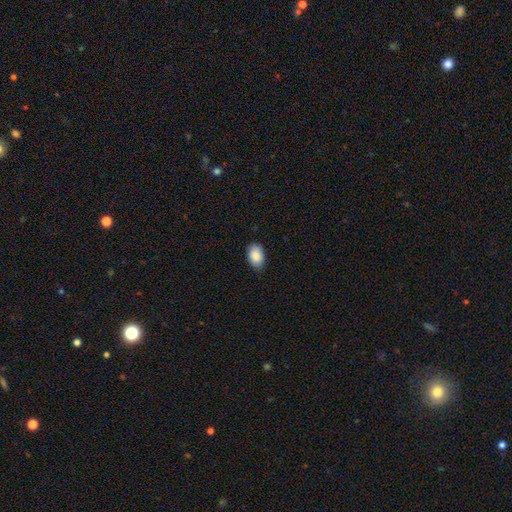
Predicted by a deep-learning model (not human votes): Smooth or featured: smooth — 88% (star or artifact — 7%)
How rounded: in between — 88% (round — 11%)
Merging: none — 84% (minor disturbance — 13%)